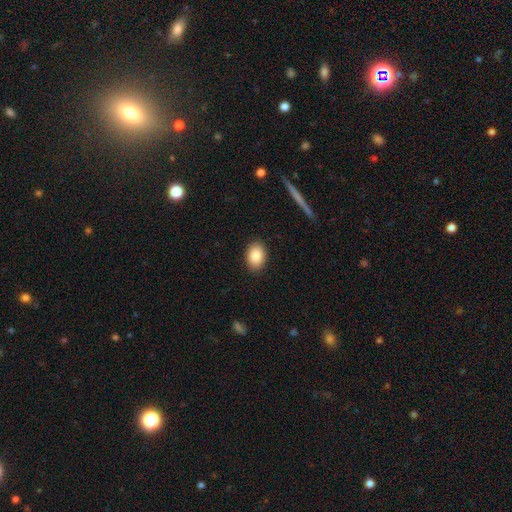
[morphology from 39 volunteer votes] smooth-or-featured: smooth: 95% | featured or disk: 5% | star or artifact: 0%
  how-rounded: in between: 76% | round: 24% | cigar-shaped: 0%
  merging: none: 92% | minor disturbance: 5% | major disturbance: 3% | merger: 0%